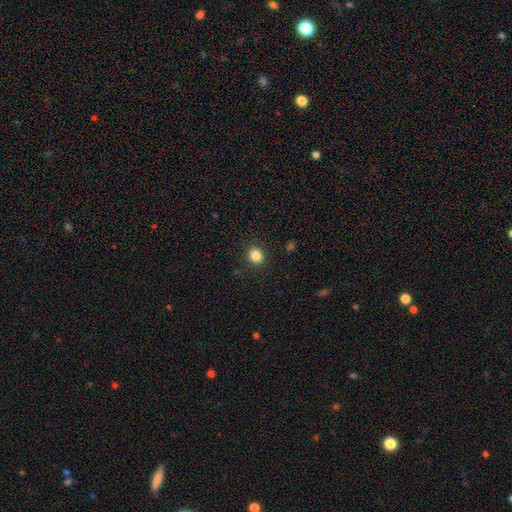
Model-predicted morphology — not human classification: Q: Smooth or featured?
A: smooth (85%); runner-up: star or artifact (11%)
Q: How rounded?
A: round (76%); runner-up: in between (23%)
Q: Merging?
A: none (89%); runner-up: minor disturbance (7%)